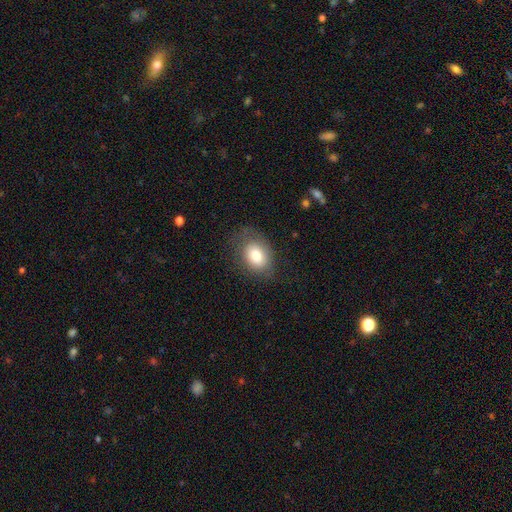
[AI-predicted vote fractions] Smooth or featured: smooth — 78% (featured or disk — 14%)
How rounded: in between — 73% (round — 26%)
Merging: none — 70% (minor disturbance — 20%)